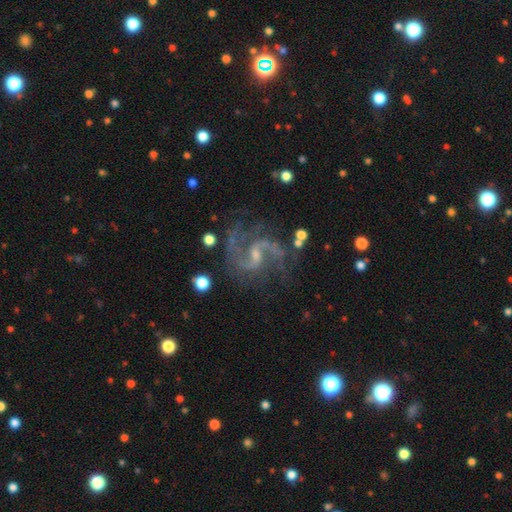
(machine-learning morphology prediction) Smooth or featured: featured or disk — 90% (star or artifact — 6%)
Edge-on disk: no — 98% (yes — 2%)
Bar: weak — 57% (no — 24%)
Spiral arms: yes — 97% (no — 3%)
Spiral winding: medium — 50% (loose — 40%)
Spiral arm count: 2 — 88% (3 — 3%)
Bulge size: small — 65% (moderate — 21%)
Merging: none — 67% (minor disturbance — 17%)